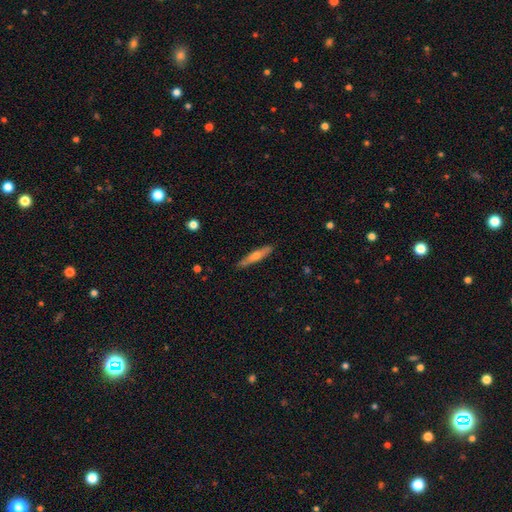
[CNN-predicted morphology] A smooth galaxy with no disk features (47%, tied with featured or disk). Merging: none (89%).